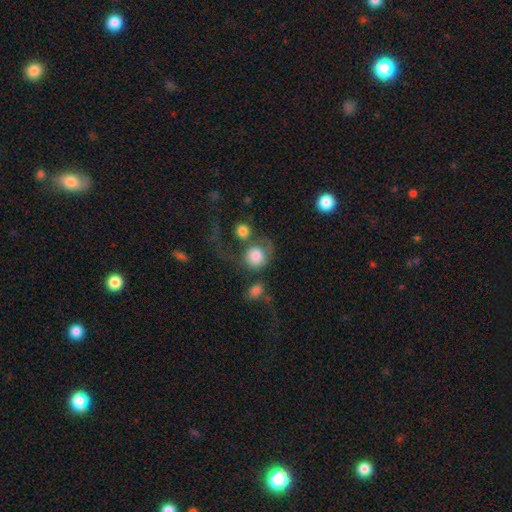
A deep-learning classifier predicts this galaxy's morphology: smooth 73%, featured or disk 19%, star or artifact 8%. Down the decision tree: how rounded — round (81%); merging — merger (35%).